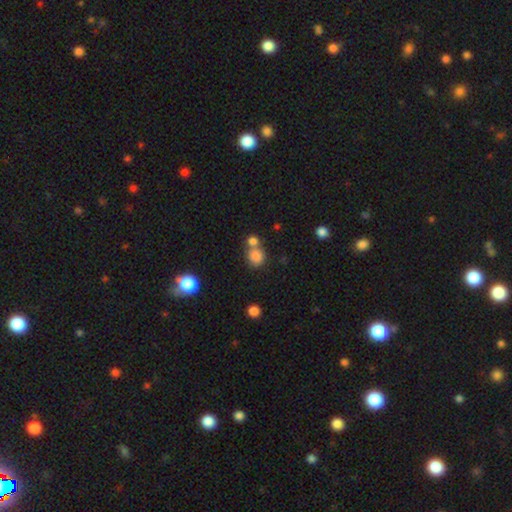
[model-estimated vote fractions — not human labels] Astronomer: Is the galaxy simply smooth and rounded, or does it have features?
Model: smooth — 82%.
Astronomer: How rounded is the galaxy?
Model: round — 83%.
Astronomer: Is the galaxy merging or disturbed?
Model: none — 53% (runner-up: merger, 35%).